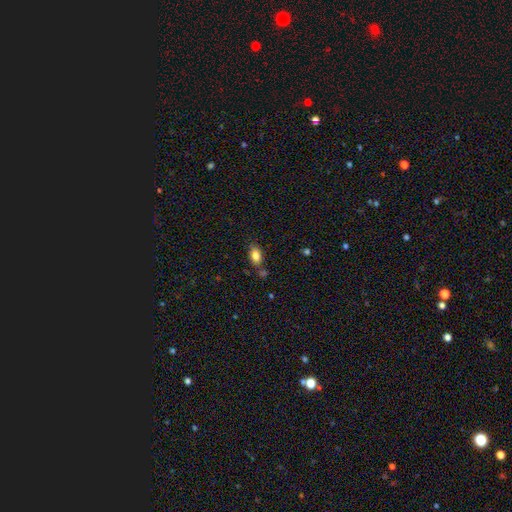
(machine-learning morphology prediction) Smooth or featured?
  - smooth: 81% *
  - featured or disk: 10%
  - star or artifact: 9%
How rounded?
  - in between: 87% *
  - round: 9%
  - cigar-shaped: 4%
Merging?
  - none: 70% *
  - minor disturbance: 16%
  - merger: 11%
  - major disturbance: 4%